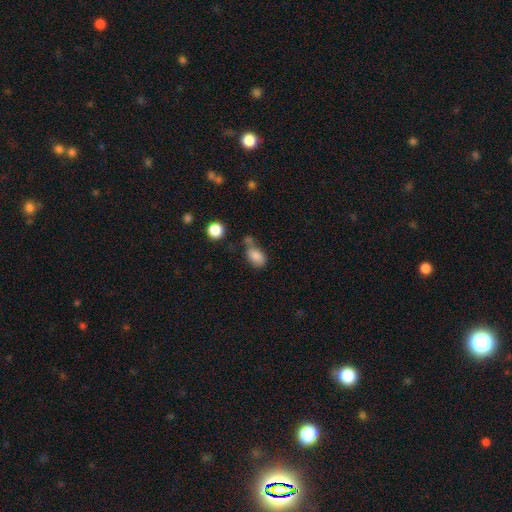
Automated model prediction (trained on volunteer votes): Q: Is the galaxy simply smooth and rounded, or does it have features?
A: smooth — 83%.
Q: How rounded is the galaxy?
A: in between — 84%.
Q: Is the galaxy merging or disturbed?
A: none — 43%.